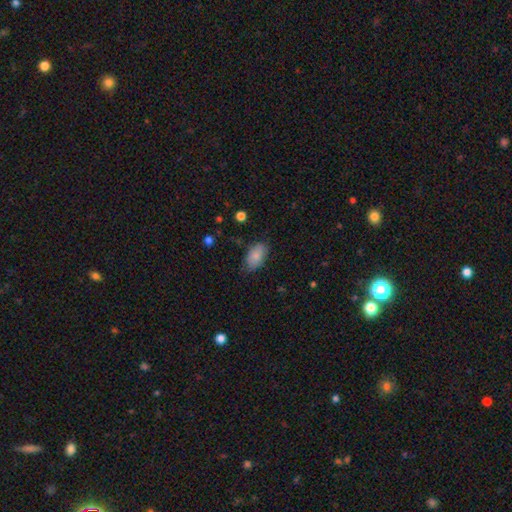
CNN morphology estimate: smooth_or_featured: smooth (p=0.85) [alt: featured or disk p=0.08]
how_rounded: in between (p=0.92) [alt: round p=0.06]
merging: none (p=0.77) [alt: minor disturbance p=0.18]